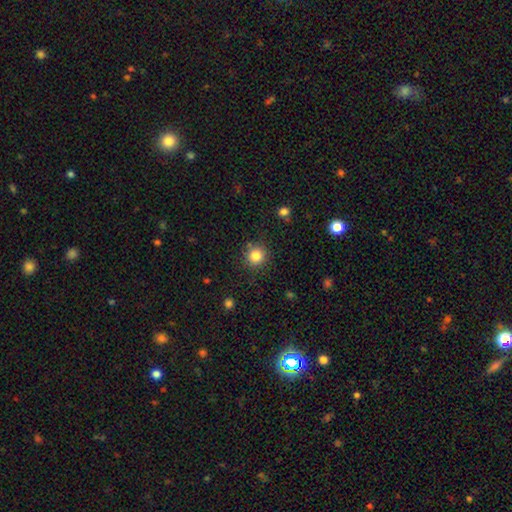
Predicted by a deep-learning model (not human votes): Morphology: type=smooth (84%); roundness=round (93%); merging=none (86%).